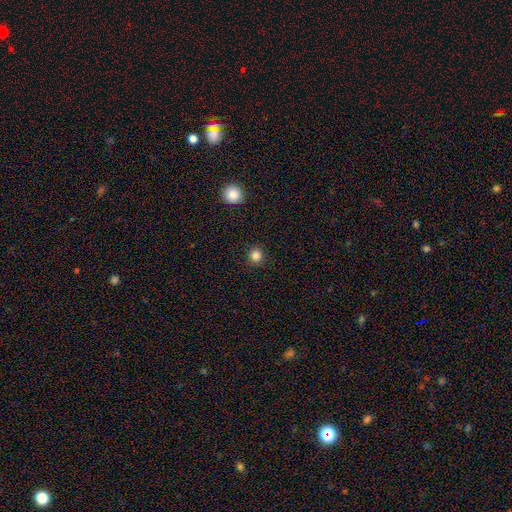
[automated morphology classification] The model was most divided on "smooth or featured": smooth: 84%, star or artifact: 13%, featured or disk: 4%. More confident: how rounded — round (93%); merging — none (90%).